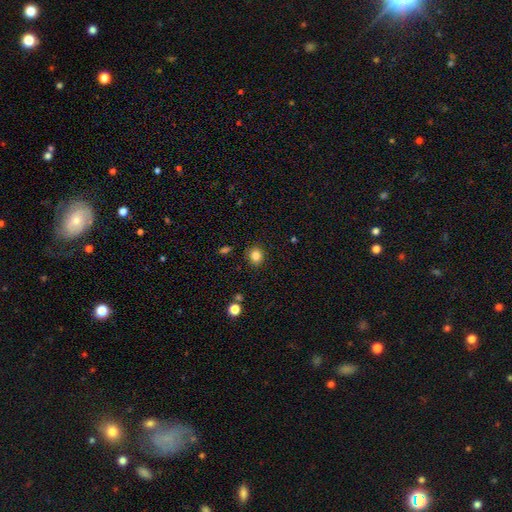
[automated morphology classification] Q: Smooth or featured?
A: smooth (83%); runner-up: star or artifact (11%)
Q: How rounded?
A: round (83%); runner-up: in between (16%)
Q: Merging?
A: none (90%); runner-up: minor disturbance (7%)